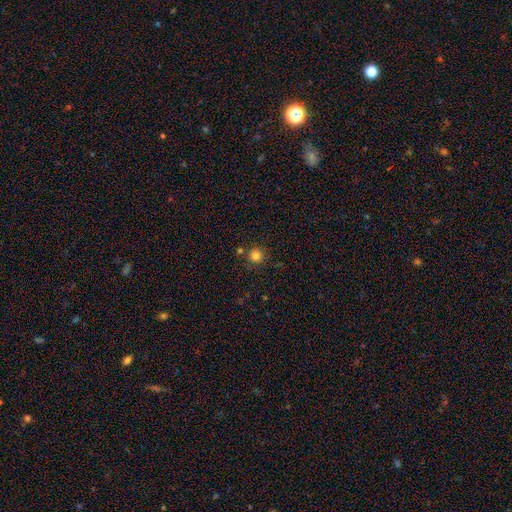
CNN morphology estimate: Overall: smooth (81%). How rounded: round (95%). Merging: none (83%).